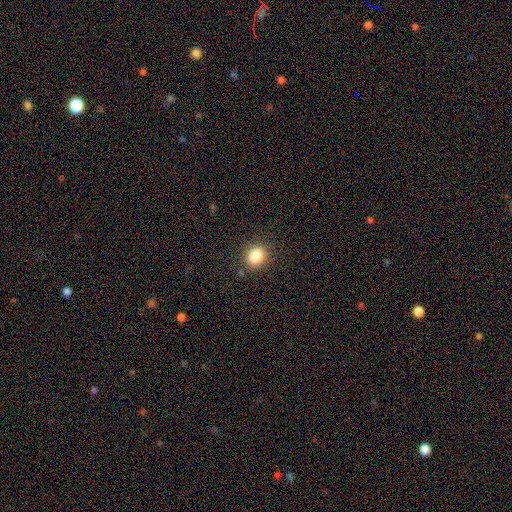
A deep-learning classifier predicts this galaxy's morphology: Q: Smooth or featured?
A: smooth (84%); runner-up: star or artifact (11%)
Q: How rounded?
A: round (75%); runner-up: in between (24%)
Q: Merging?
A: none (86%); runner-up: minor disturbance (9%)